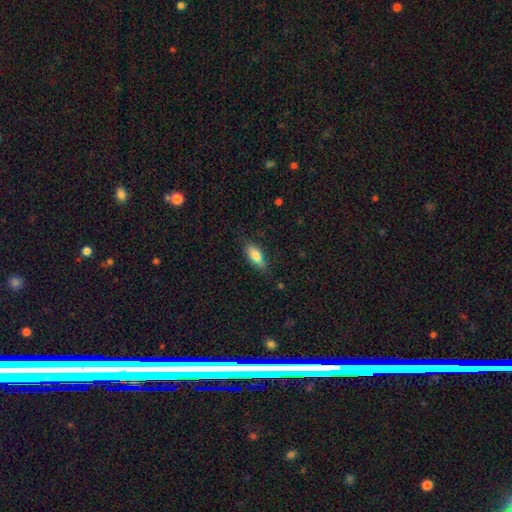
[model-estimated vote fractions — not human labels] A smooth galaxy with no disk features (81%) that is in between round and cigar-shaped (83%). Merging: none (71%).